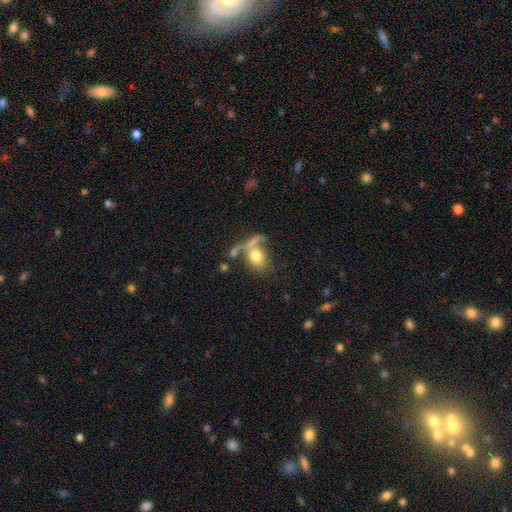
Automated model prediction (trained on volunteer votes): Smooth or featured?
  - smooth: 70% *
  - featured or disk: 21%
  - star or artifact: 9%
How rounded?
  - in between: 59% *
  - round: 38%
  - cigar-shaped: 3%
Merging?
  - merger: 35% *
  - none: 33%
  - major disturbance: 18%
  - minor disturbance: 13%